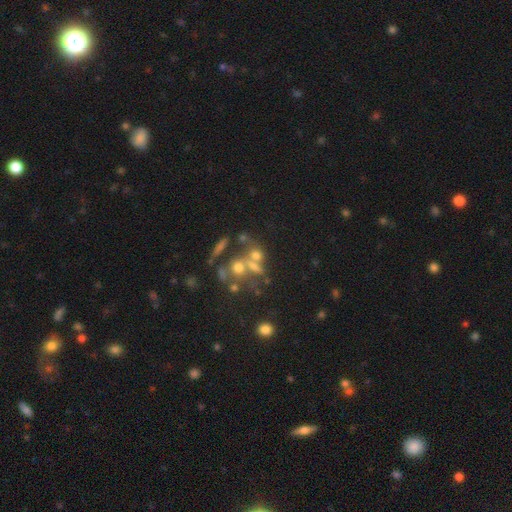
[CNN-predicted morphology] type=smooth (53%); roundness=round (57%); merging=merger (46%).